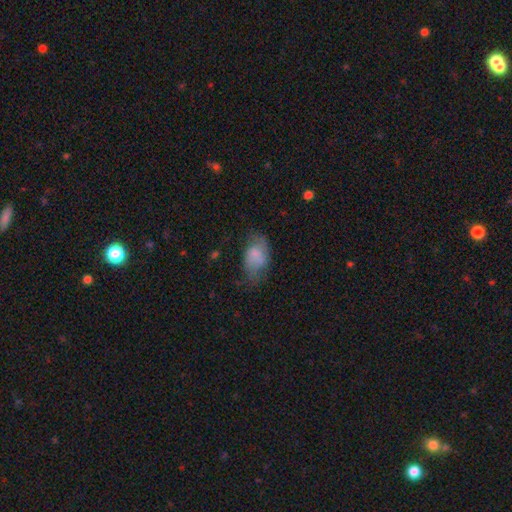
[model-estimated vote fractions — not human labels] Overall: smooth (68%). How rounded: in between (89%). Merging: none (41%; minor disturbance 33%).